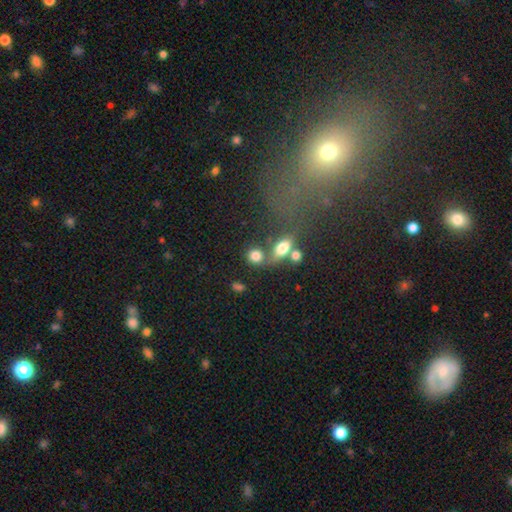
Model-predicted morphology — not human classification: Smooth or featured? Predicted: smooth (p=0.79). How rounded? Predicted: round (p=0.66). Merging? Predicted: none (p=0.48).